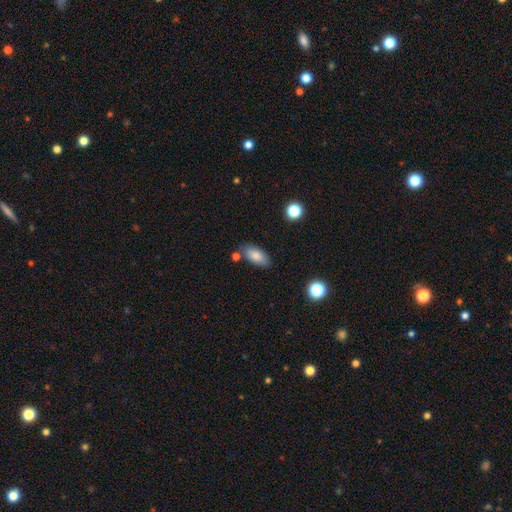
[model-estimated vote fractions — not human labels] Smooth or featured?
  - smooth: 84% *
  - featured or disk: 9%
  - star or artifact: 8%
How rounded?
  - in between: 89% *
  - cigar-shaped: 8%
  - round: 3%
Merging?
  - none: 78% *
  - minor disturbance: 13%
  - merger: 6%
  - major disturbance: 3%